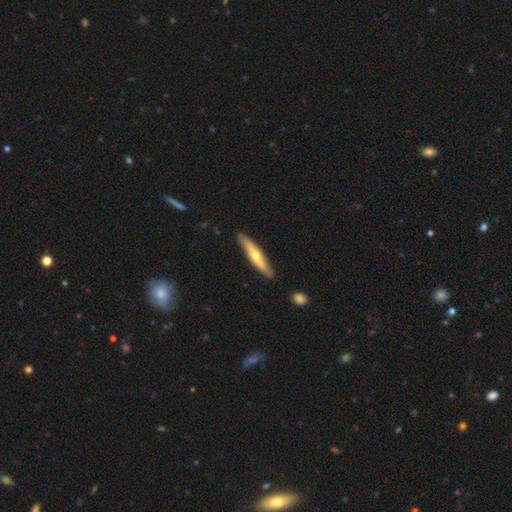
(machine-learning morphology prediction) Smooth or featured? featured or disk (49%)
Merging? none (86%)